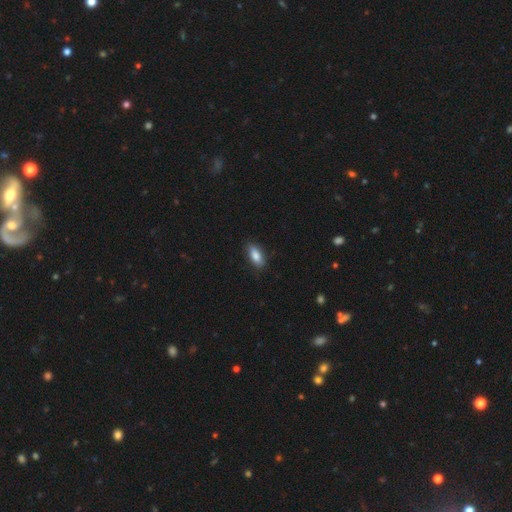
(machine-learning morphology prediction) Smooth or featured? smooth (84%)
How rounded? in between (82%)
Merging? none (83%)